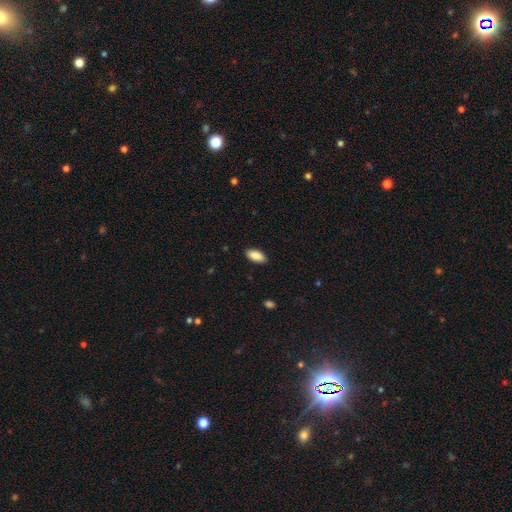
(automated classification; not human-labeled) The model was most divided on "merging": none: 88%, minor disturbance: 9%, major disturbance: 2%, merger: 1%. More confident: how rounded — in between (93%); smooth or featured — smooth (89%).